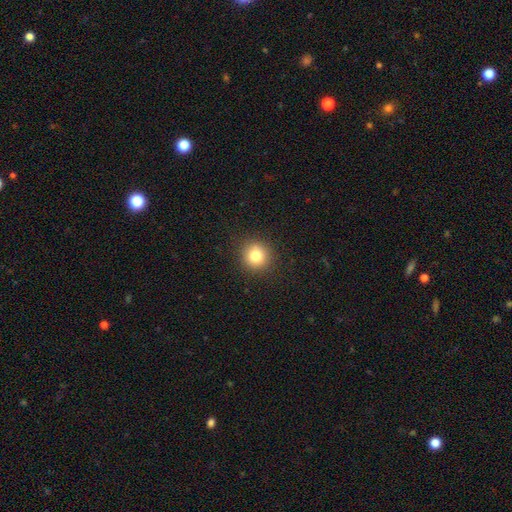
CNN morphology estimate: Smooth or featured? Predicted: smooth (p=0.81). How rounded? Predicted: round (p=0.92). Merging? Predicted: none (p=0.91).